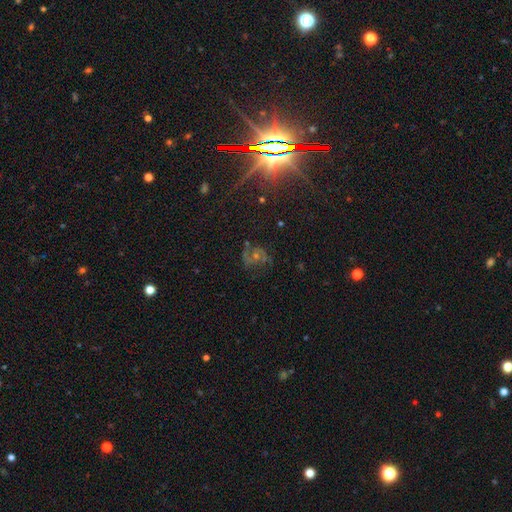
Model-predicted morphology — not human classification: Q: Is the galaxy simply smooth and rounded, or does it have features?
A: featured or disk — 52%.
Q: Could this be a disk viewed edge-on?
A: no — 94%.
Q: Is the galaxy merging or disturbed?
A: none — 68%.